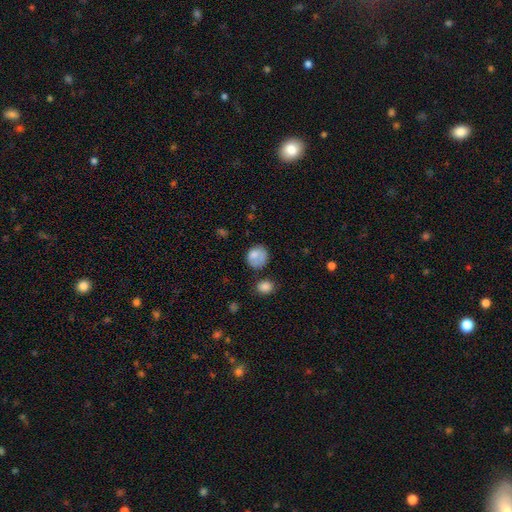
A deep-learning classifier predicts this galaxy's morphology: smooth-or-featured: smooth: 76% | featured or disk: 15% | star or artifact: 9%
  how-rounded: round: 68% | in between: 31% | cigar-shaped: 1%
  merging: none: 52% | minor disturbance: 27% | major disturbance: 14% | merger: 7%